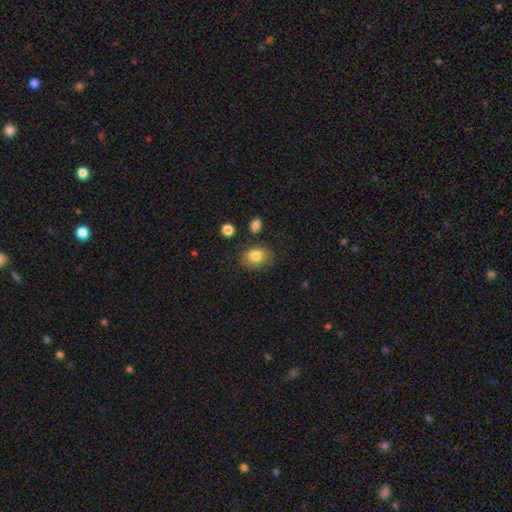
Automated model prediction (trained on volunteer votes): Morphology: type=smooth (83%); roundness=in between (59%); merging=none (76%).